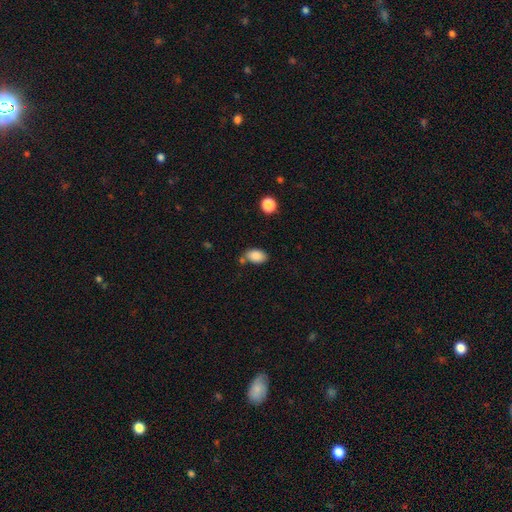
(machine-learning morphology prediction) smooth_or_featured: smooth (p=0.87) [alt: star or artifact p=0.08]
how_rounded: in between (p=0.89) [alt: round p=0.10]
merging: none (p=0.65) [alt: minor disturbance p=0.18]